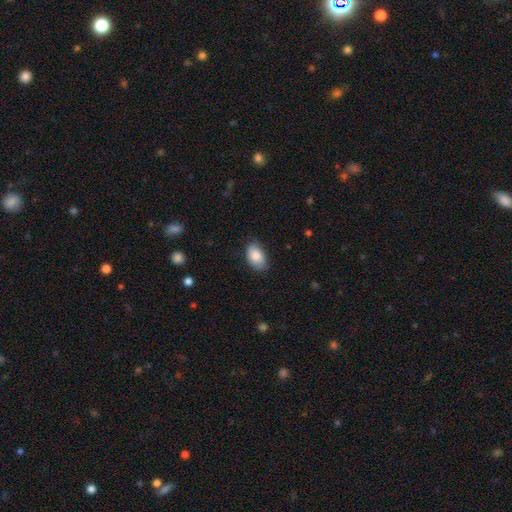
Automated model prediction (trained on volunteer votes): This appears to be a smooth galaxy with no disk features (86%) that is in between round and cigar-shaped (92%). Merging: none (81%).